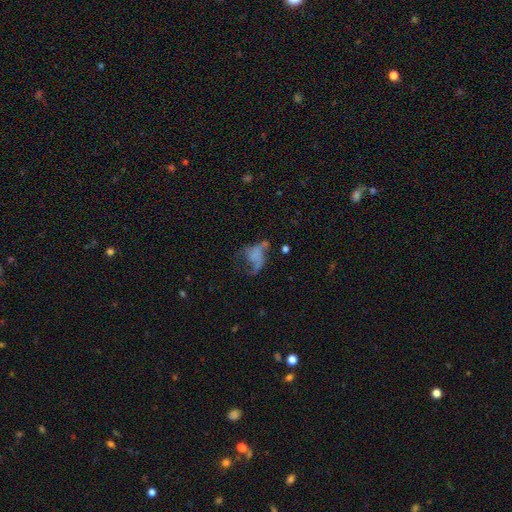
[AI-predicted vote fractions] featured or disk 45%, smooth 40%, star or artifact 15%. Down the decision tree: merging — major disturbance (52%).